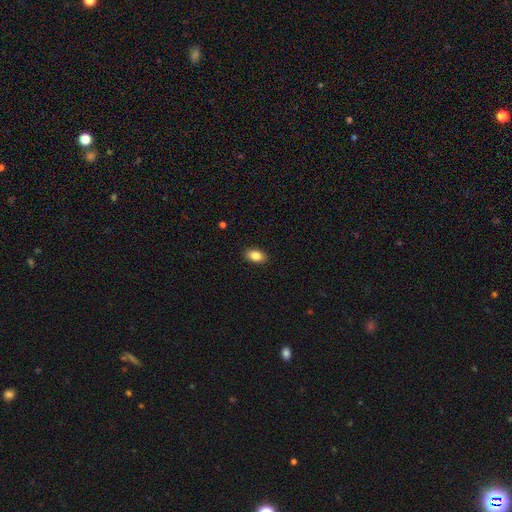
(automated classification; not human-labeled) smooth_or_featured: smooth (p=0.86) [alt: star or artifact p=0.08]
how_rounded: in between (p=0.89) [alt: round p=0.09]
merging: none (p=0.89) [alt: minor disturbance p=0.08]